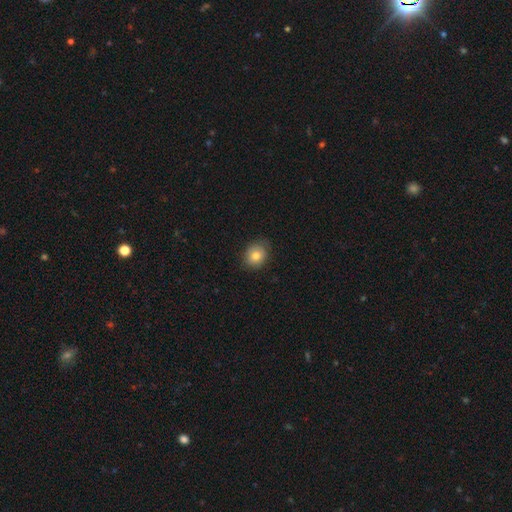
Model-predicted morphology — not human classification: Smooth or featured? Predicted: smooth (p=0.80). How rounded? Predicted: round (p=0.65). Merging? Predicted: none (p=0.80).